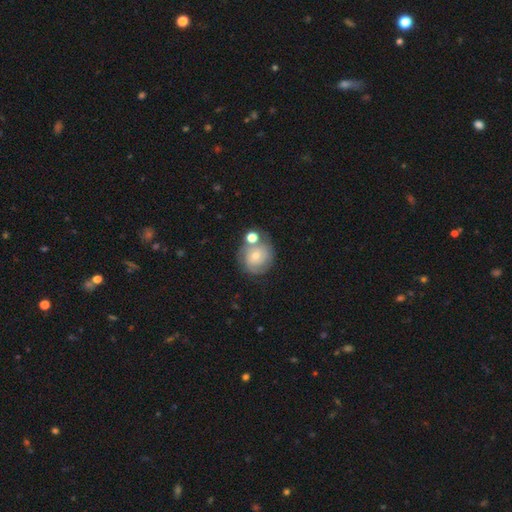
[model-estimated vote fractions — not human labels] A featured or disk galaxy (56%) with no bar (76%), spiral arms (82%) and a small central bulge (50%). Merging: none (56%).